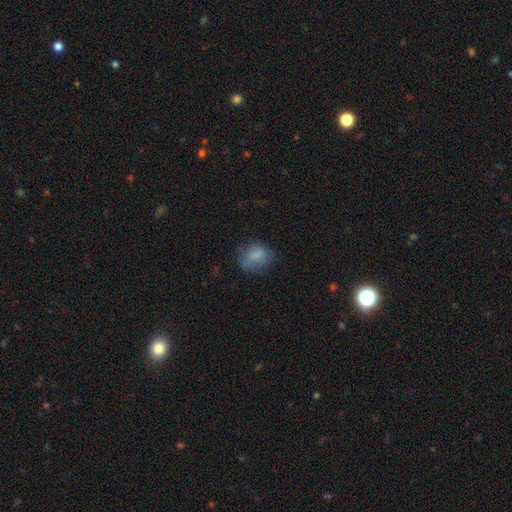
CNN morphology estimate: Smooth or featured? smooth (75%)
How rounded? in between (52%)
Merging? none (59%)